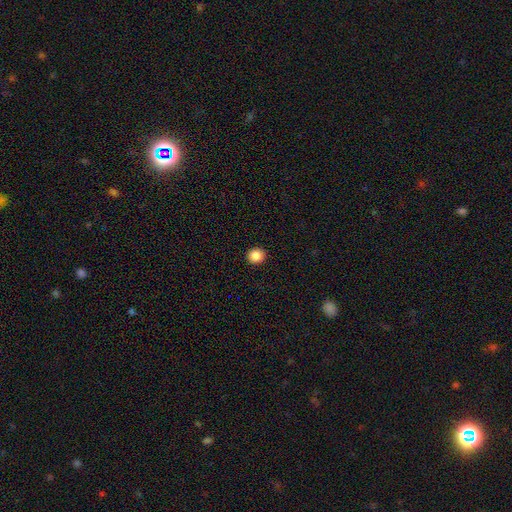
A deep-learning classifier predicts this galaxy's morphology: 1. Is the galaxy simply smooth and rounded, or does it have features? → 87% smooth, 10% star or artifact, 3% featured or disk.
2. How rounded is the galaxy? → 88% round, 11% in between, 1% cigar-shaped.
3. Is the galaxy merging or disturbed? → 93% none, 4% minor disturbance, 2% major disturbance, 1% merger.